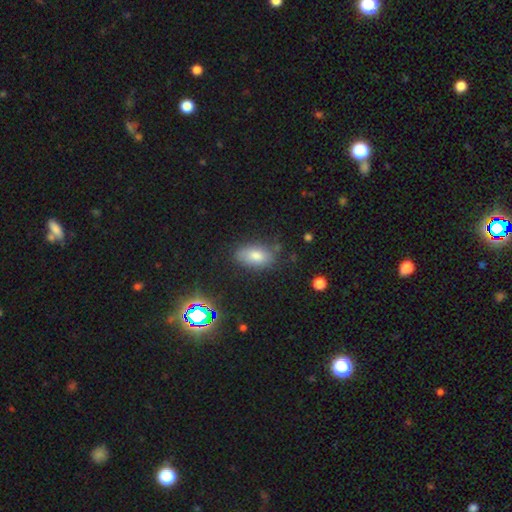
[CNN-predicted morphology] A smooth galaxy with no disk features (74%) that is in between round and cigar-shaped (90%). Merging: none (75%).